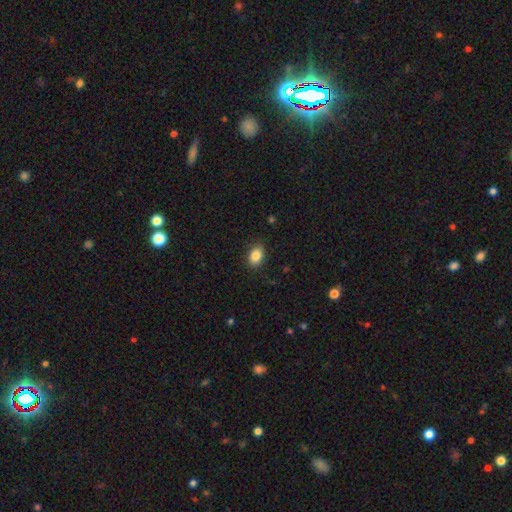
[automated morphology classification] Smooth or featured: smooth — 86% (star or artifact — 8%)
How rounded: in between — 79% (round — 20%)
Merging: none — 87% (minor disturbance — 10%)